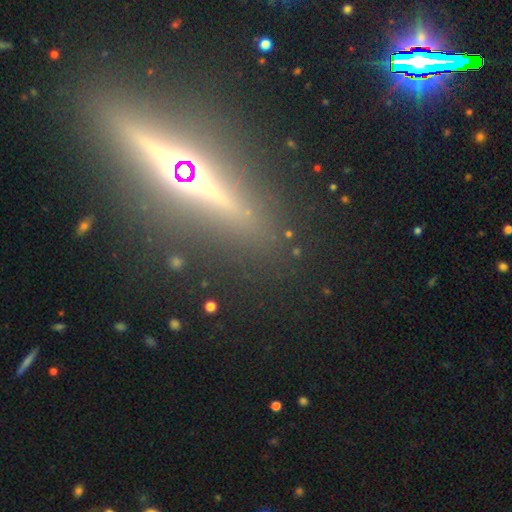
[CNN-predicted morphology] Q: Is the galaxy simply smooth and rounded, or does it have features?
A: featured or disk — 57%.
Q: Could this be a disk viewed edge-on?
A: yes — 90%.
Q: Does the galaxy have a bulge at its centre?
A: rounded — 86%.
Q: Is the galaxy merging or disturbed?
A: none — 87%.